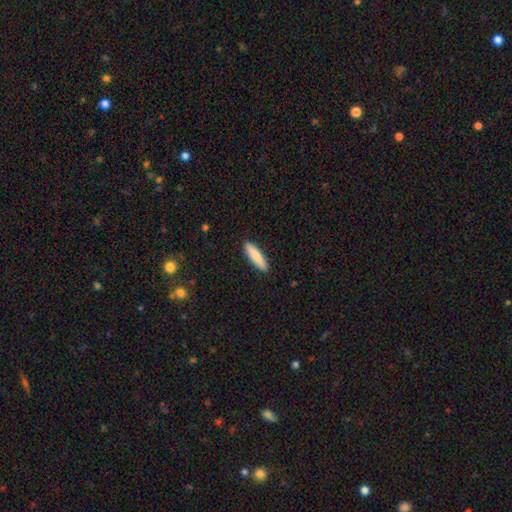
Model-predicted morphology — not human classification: smooth_or_featured: smooth (p=0.82) [alt: featured or disk p=0.12]
how_rounded: cigar-shaped (p=0.73) [alt: in between p=0.25]
merging: none (p=0.91) [alt: minor disturbance p=0.07]